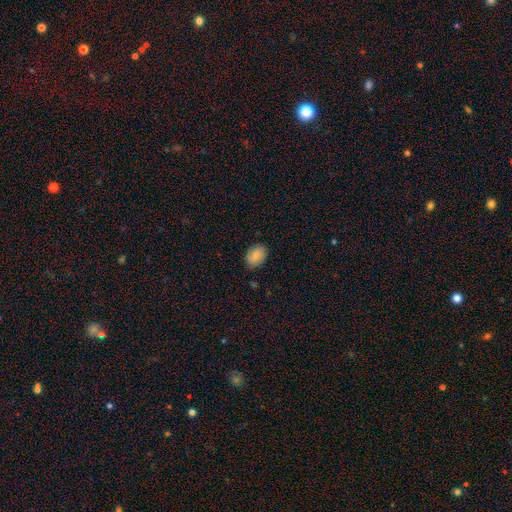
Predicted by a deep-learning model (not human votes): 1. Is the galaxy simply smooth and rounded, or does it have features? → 85% smooth, 7% featured or disk, 7% star or artifact.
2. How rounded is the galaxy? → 74% in between, 25% round, 1% cigar-shaped.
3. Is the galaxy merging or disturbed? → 83% none, 13% minor disturbance, 3% major disturbance, 1% merger.